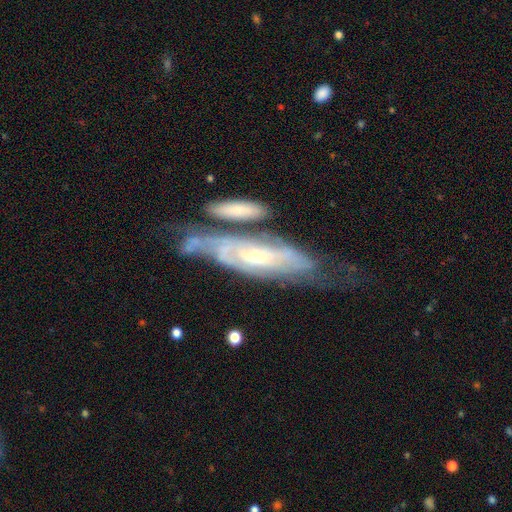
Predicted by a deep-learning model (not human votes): A featured or disk galaxy (79%) with no bar (59%), tight (67%) spiral arms (84%) and a moderate central bulge (48%). Merging: none (42%).